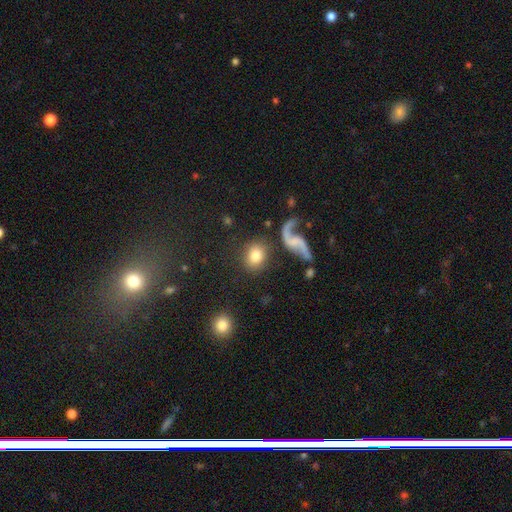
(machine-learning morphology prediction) Smooth or featured: smooth — 74% (featured or disk — 17%)
How rounded: round — 55% (in between — 43%)
Merging: none — 73% (minor disturbance — 12%)